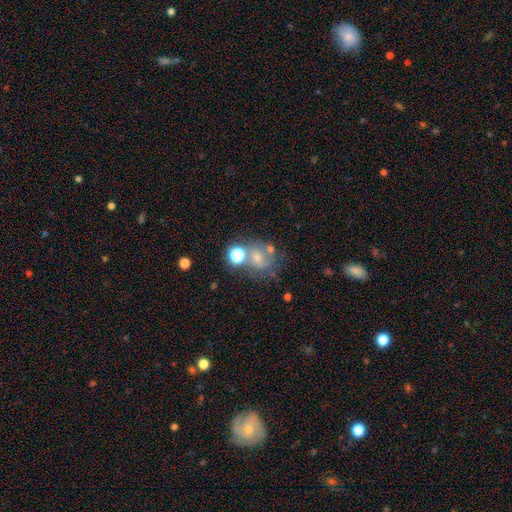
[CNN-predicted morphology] A smooth galaxy with no disk features (40%).

Vote fractions:
- Smooth or featured? smooth: 40% / featured or disk: 31% / star or artifact: 29%
- Merging? none: 45% / merger: 25% / minor disturbance: 16% / major disturbance: 14%